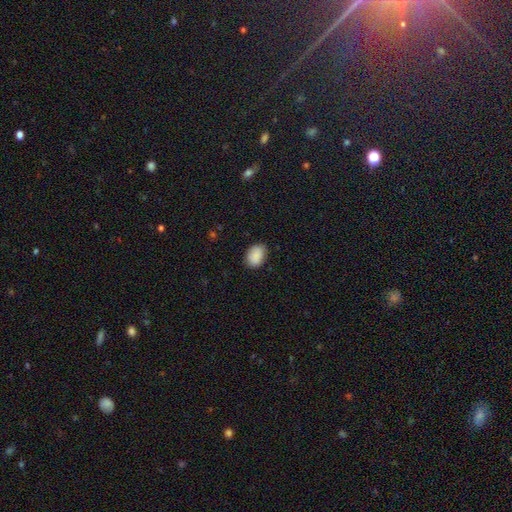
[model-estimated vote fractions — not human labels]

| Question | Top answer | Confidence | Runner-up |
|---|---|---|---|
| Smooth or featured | smooth | 90% | star or artifact (7%) |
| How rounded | in between | 74% | round (25%) |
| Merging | none | 84% | minor disturbance (13%) |